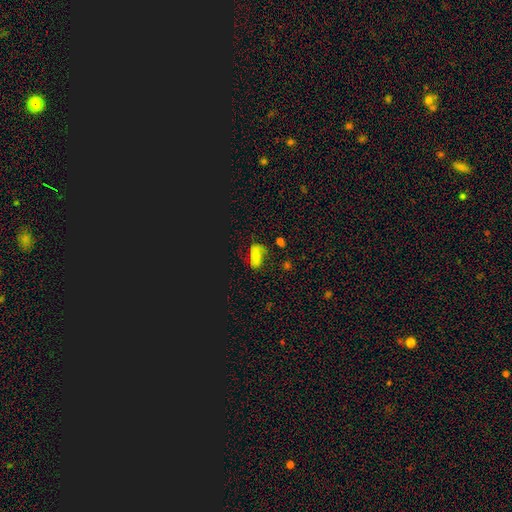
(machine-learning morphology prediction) Overall: smooth (45%; featured or disk 28%). Merging: none (57%; minor disturbance 25%).